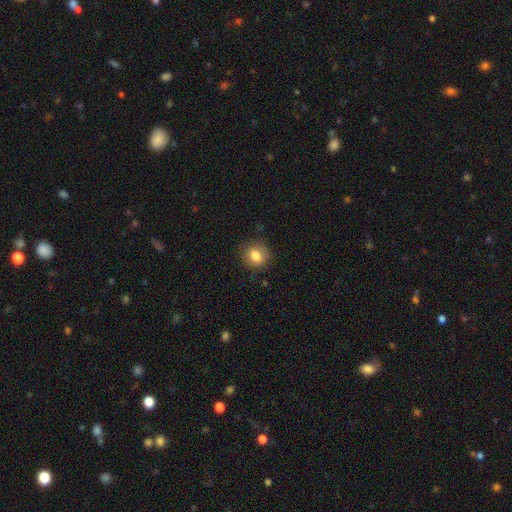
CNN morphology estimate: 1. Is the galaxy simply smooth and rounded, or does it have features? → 82% smooth, 9% star or artifact, 9% featured or disk.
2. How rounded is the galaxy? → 60% round, 39% in between, 1% cigar-shaped.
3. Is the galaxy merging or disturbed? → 81% none, 14% minor disturbance, 4% major disturbance, 1% merger.